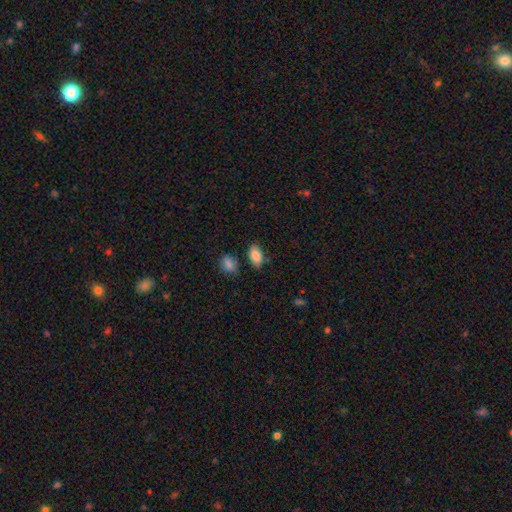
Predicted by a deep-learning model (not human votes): This appears to be a smooth galaxy with no disk features (86%) that is in between round and cigar-shaped (93%). Merging: none (77%).